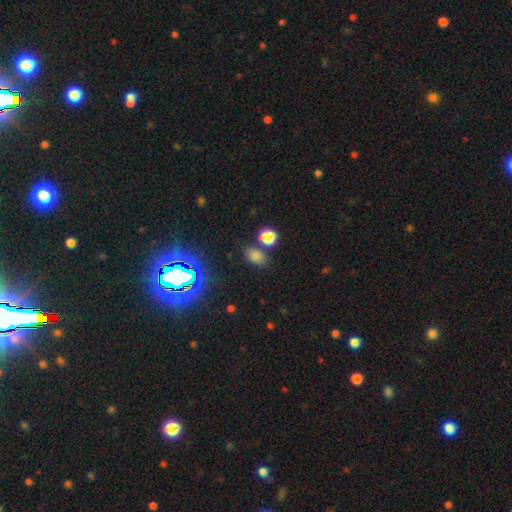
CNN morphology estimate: Q: Smooth or featured?
A: smooth (71%); runner-up: star or artifact (23%)
Q: How rounded?
A: in between (75%); runner-up: round (23%)
Q: Merging?
A: none (74%); runner-up: minor disturbance (12%)